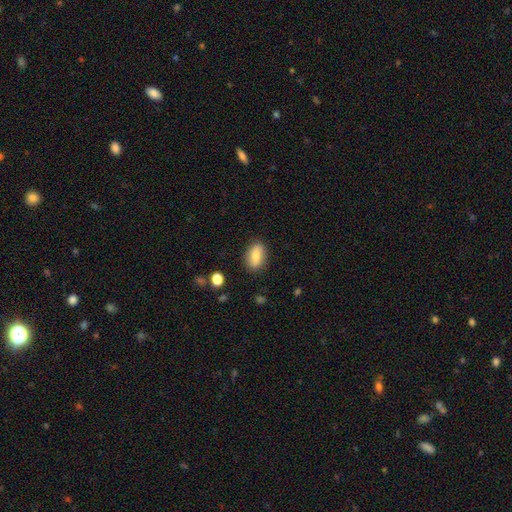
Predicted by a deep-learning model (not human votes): Morphology: type=smooth (77%); roundness=in between (87%); merging=none (85%).